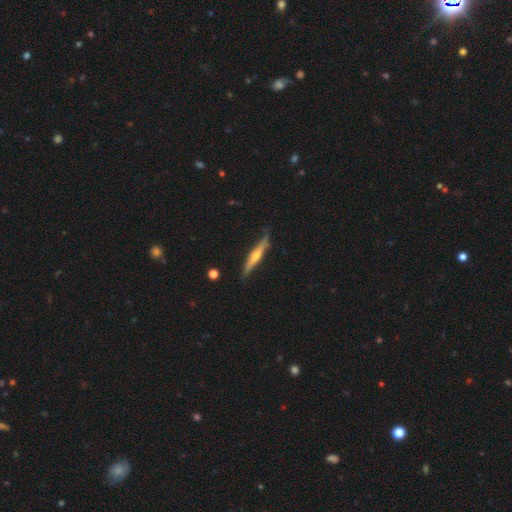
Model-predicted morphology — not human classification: The model was most divided on "smooth or featured": featured or disk: 63%, smooth: 31%, star or artifact: 6%. More confident: edge-on disk — yes (96%); merging — none (83%); edge-on bulge — rounded (79%).